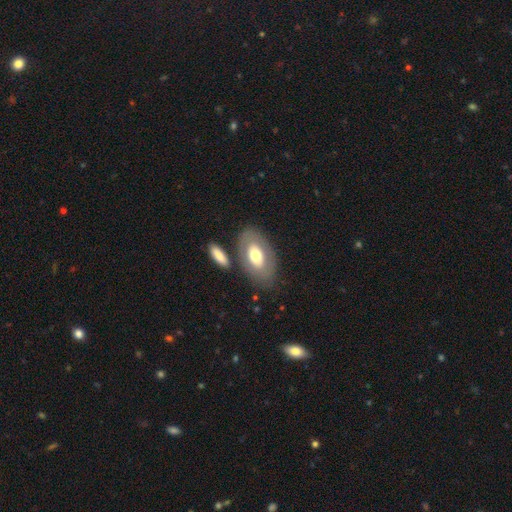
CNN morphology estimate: smooth-or-featured: smooth: 58% | featured or disk: 35% | star or artifact: 7%
  how-rounded: in between: 92% | round: 5% | cigar-shaped: 3%
  merging: none: 73% | minor disturbance: 13% | merger: 9% | major disturbance: 5%